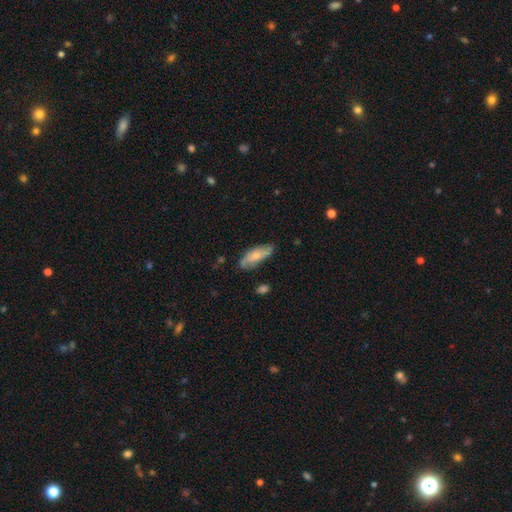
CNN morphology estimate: Smooth or featured? Predicted: smooth (p=0.60). How rounded? Predicted: in between (p=0.73). Merging? Predicted: none (p=0.64).